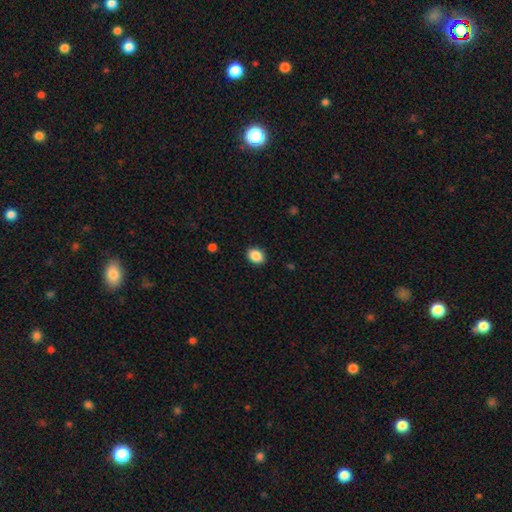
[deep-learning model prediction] A smooth galaxy with no disk features (88%) that is in between round and cigar-shaped (66%).

Vote fractions:
- Smooth or featured? smooth: 88% / star or artifact: 8% / featured or disk: 4%
- How rounded? in between: 66% / round: 33% / cigar-shaped: 1%
- Merging? none: 89% / minor disturbance: 8% / major disturbance: 2% / merger: 1%